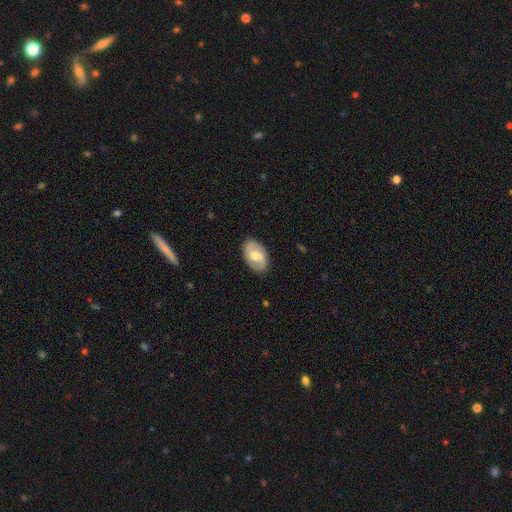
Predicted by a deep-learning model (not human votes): This appears to be a featured or disk galaxy (52%). Merging: none (84%).